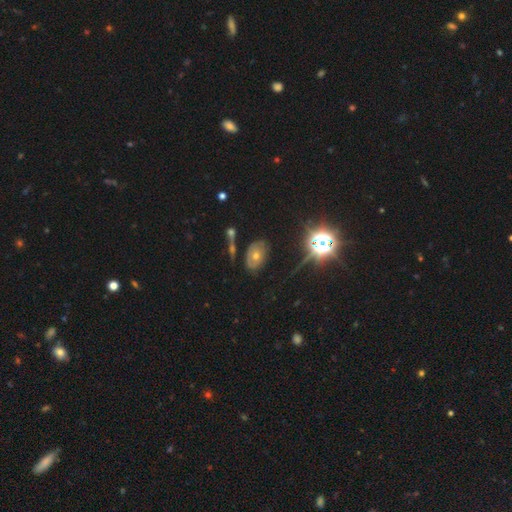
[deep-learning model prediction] This appears to be a smooth galaxy with no disk features (39%). Merging: none (65%).